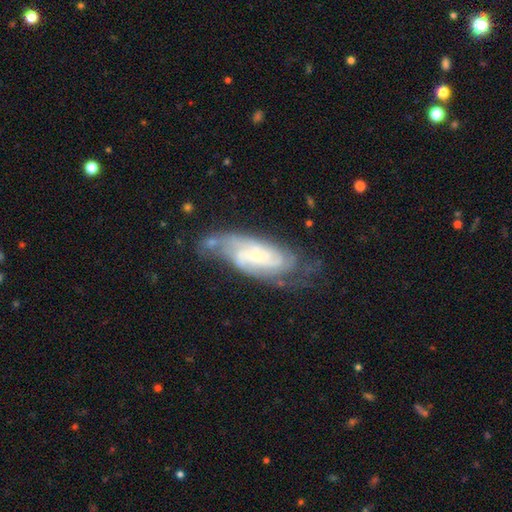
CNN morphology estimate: Smooth or featured: featured or disk — 82% (smooth — 12%)
Edge-on disk: no — 92% (yes — 8%)
Bar: no — 61% (weak — 31%)
Spiral arms: yes — 95% (no — 5%)
Spiral winding: tight — 56% (medium — 35%)
Spiral arm count: can't tell — 31% (2 — 30%)
Bulge size: small — 74% (moderate — 20%)
Merging: none — 58% (minor disturbance — 25%)